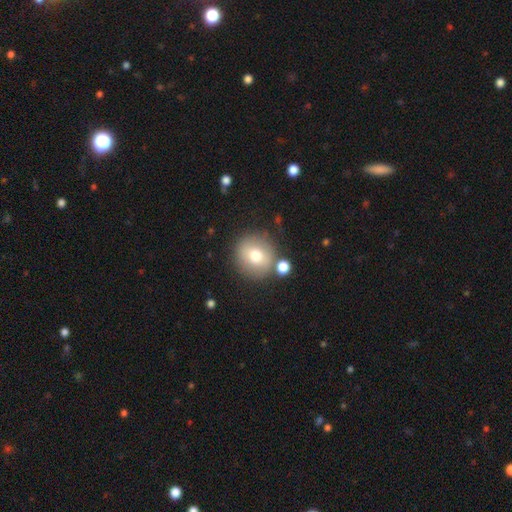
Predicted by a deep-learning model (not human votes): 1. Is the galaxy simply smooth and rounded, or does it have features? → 72% smooth, 18% featured or disk, 10% star or artifact.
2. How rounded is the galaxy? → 91% round, 8% in between, 1% cigar-shaped.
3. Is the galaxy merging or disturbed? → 79% none, 10% minor disturbance, 8% merger, 3% major disturbance.